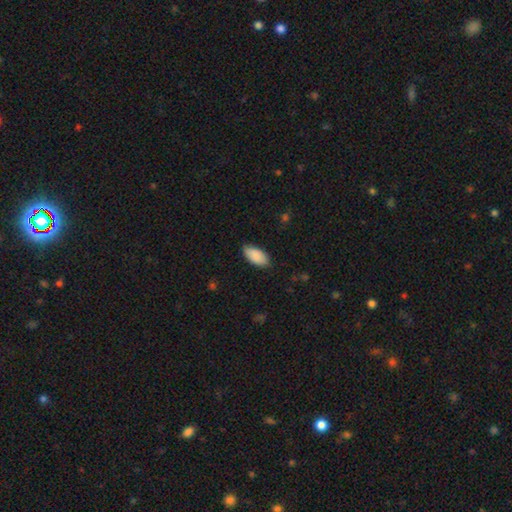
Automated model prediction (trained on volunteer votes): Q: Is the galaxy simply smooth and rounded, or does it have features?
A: smooth — 90%.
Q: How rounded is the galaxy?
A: in between — 94%.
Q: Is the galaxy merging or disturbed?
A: none — 82%.